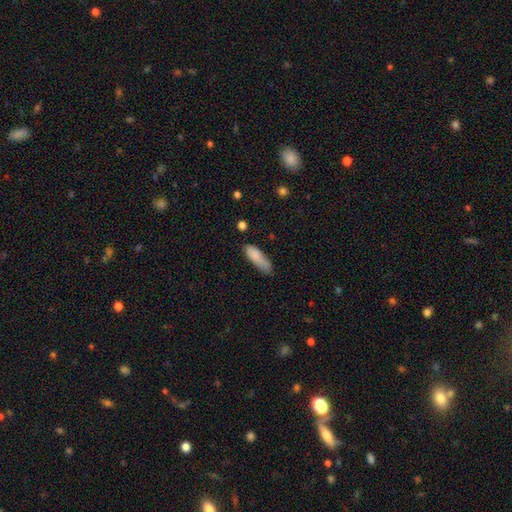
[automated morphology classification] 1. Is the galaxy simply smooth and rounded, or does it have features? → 84% smooth, 9% featured or disk, 7% star or artifact.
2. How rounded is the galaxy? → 49% in between (tied), 49% cigar-shaped (tied), 2% round.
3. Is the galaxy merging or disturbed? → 57% none, 31% minor disturbance, 8% major disturbance, 4% merger.